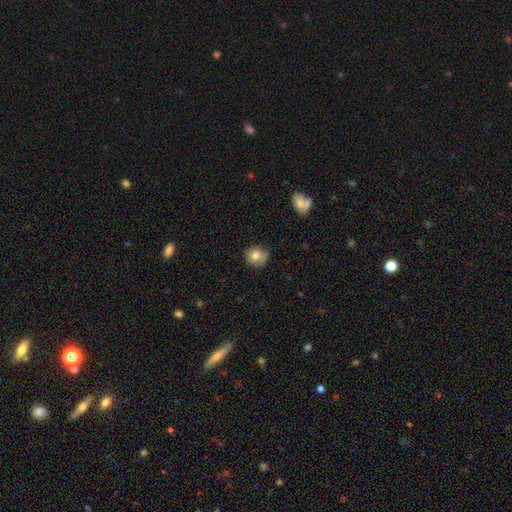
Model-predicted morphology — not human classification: A smooth galaxy with no disk features (76%) that is round (83%). Merging: none (67%).